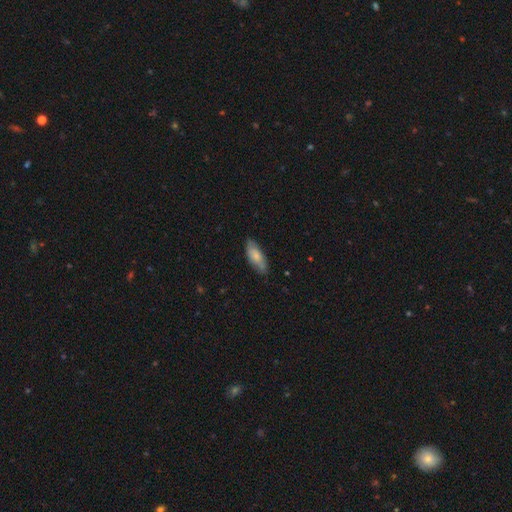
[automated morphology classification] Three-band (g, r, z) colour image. It shows a smooth galaxy with no disk features (72%) that is in between round and cigar-shaped (75%). Merging: none (74%).